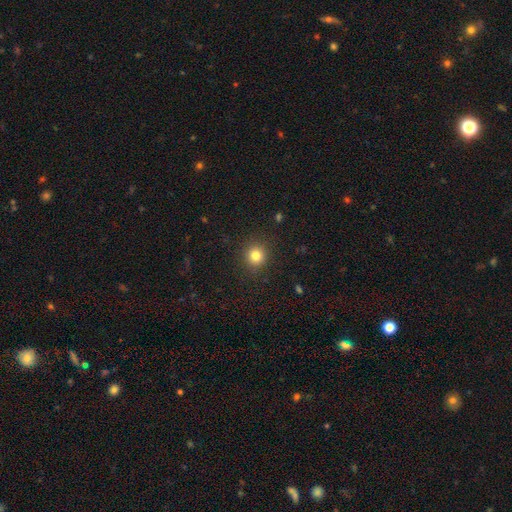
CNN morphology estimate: This is clearly a smooth galaxy (81%). How rounded: clearly round (91%). Merging: clearly none (90%).